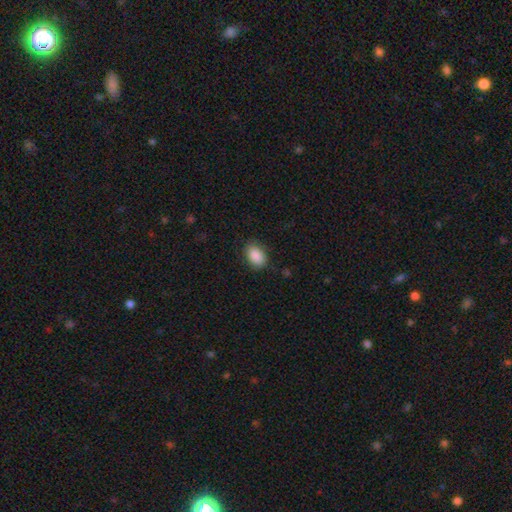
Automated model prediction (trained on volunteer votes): Morphology: type=smooth (90%); roundness=in between (86%); merging=none (84%).